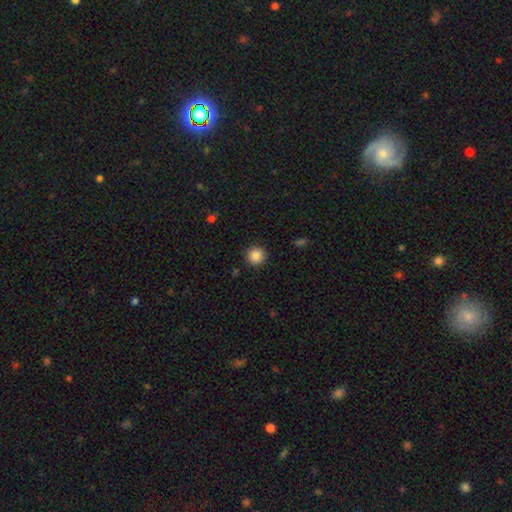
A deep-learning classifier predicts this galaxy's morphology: Q: Smooth or featured?
A: smooth (86%); runner-up: star or artifact (10%)
Q: How rounded?
A: round (95%); runner-up: in between (4%)
Q: Merging?
A: none (91%); runner-up: minor disturbance (6%)